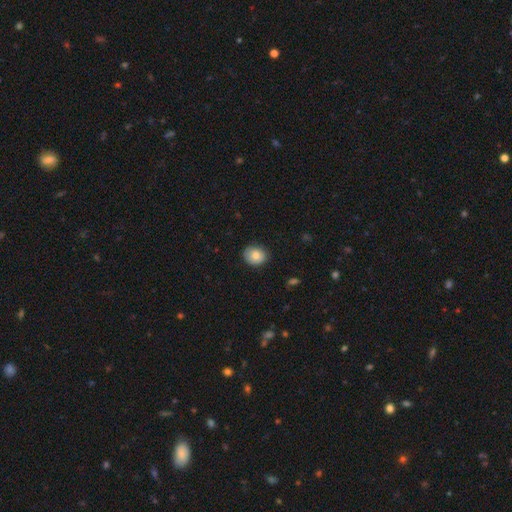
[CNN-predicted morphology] This is clearly a smooth galaxy (82%). How rounded: possibly round (52%). Merging: clearly none (84%).